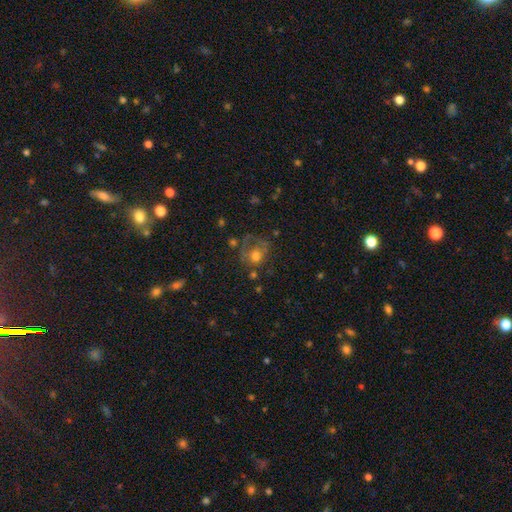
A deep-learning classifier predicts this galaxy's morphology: The model was most divided on "merging": none: 41%, major disturbance: 31%, minor disturbance: 21%, merger: 7%. More confident: how rounded — round (68%); smooth or featured — smooth (52%).